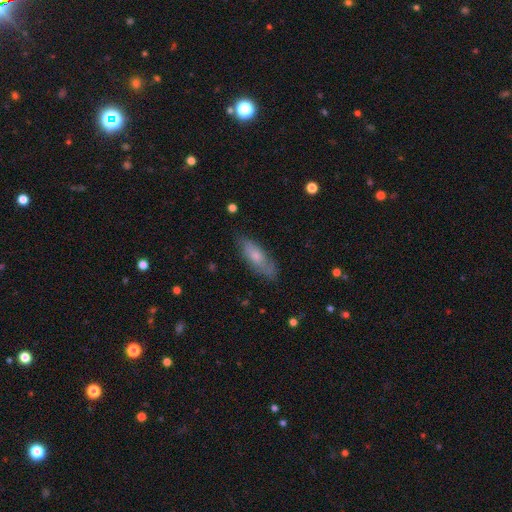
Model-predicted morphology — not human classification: smooth 61%, featured or disk 32%, star or artifact 6%. Down the decision tree: how rounded — in between (59%); merging — none (75%).